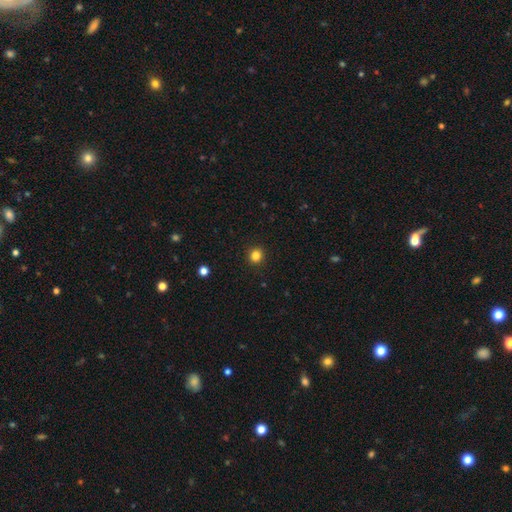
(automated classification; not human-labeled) This appears to be a smooth galaxy with no disk features (83%) that is round (91%). Merging: none (93%).